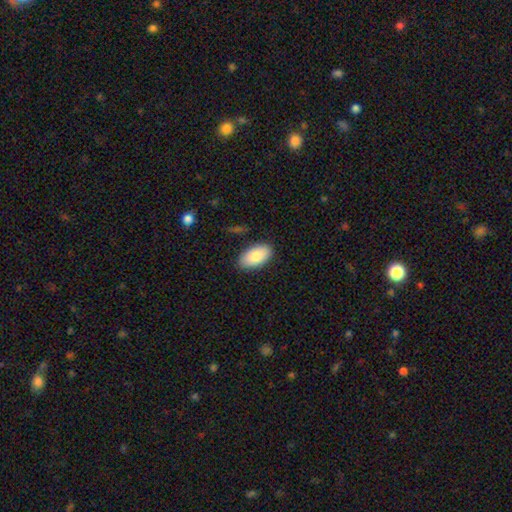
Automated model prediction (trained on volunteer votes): smooth 83%, featured or disk 11%, star or artifact 6%. Down the decision tree: how rounded — in between (95%); merging — none (86%).